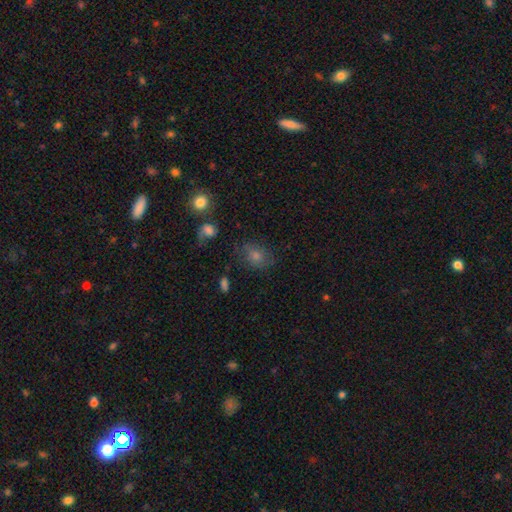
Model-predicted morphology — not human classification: smooth-or-featured: smooth: 58% | star or artifact: 24% | featured or disk: 19%
  how-rounded: round: 53% | in between: 45% | cigar-shaped: 1%
  merging: none: 70% | minor disturbance: 18% | major disturbance: 8% | merger: 4%